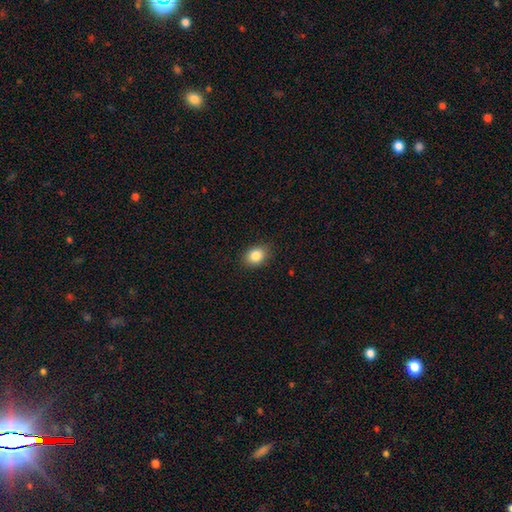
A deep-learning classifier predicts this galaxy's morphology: Overall: smooth (84%). How rounded: in between (60%; round 39%). Merging: none (86%).